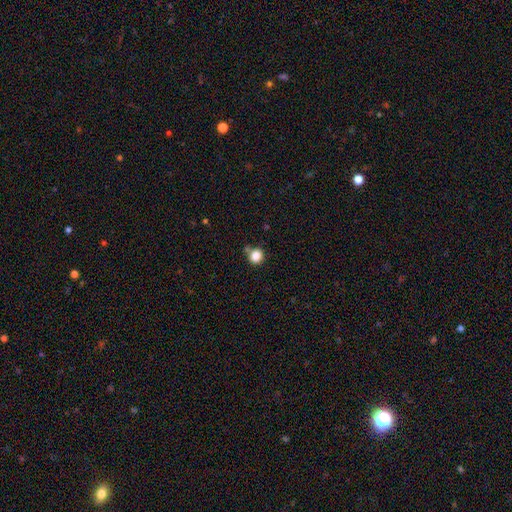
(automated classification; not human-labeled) Overall: smooth (85%). How rounded: round (89%). Merging: none (71%).